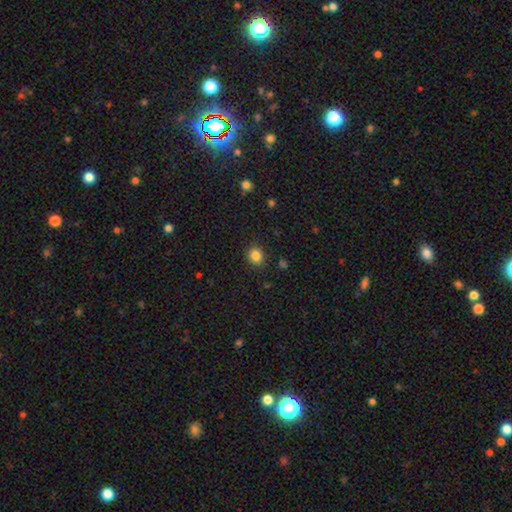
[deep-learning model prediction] Smooth or featured: smooth — 84% (star or artifact — 11%)
How rounded: round — 69% (in between — 30%)
Merging: none — 87% (minor disturbance — 9%)